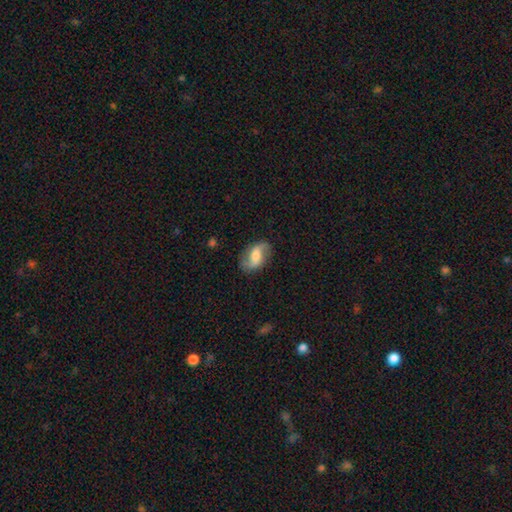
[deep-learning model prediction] Smooth or featured: featured or disk — 70% (smooth — 23%)
Edge-on disk: no — 96% (yes — 4%)
Bar: weak — 44% (no — 33%)
Spiral arms: yes — 92% (no — 8%)
Spiral winding: loose — 63% (medium — 29%)
Spiral arm count: 2 — 91% (can't tell — 3%)
Bulge size: moderate — 48% (small — 22%)
Merging: none — 80% (minor disturbance — 14%)